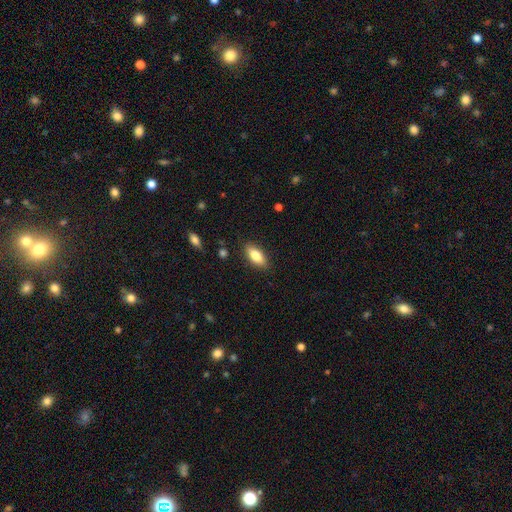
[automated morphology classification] A smooth galaxy with no disk features (82%) that is in between round and cigar-shaped (83%). Merging: none (86%).